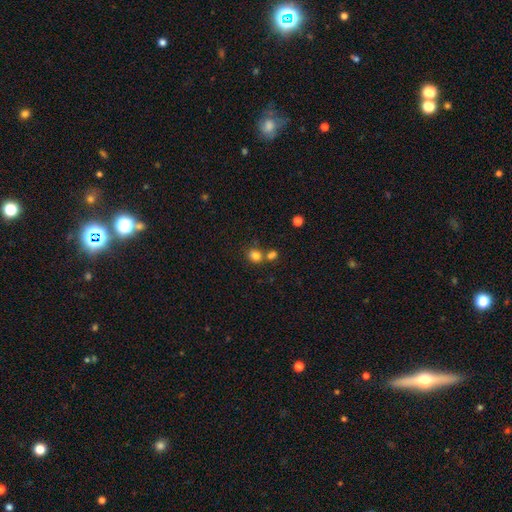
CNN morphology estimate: A smooth galaxy with no disk features (81%) that is round (62%).

Vote fractions:
- Smooth or featured? smooth: 81% / star or artifact: 12% / featured or disk: 7%
- How rounded? round: 62% / in between: 37% / cigar-shaped: 1%
- Merging? none: 58% / merger: 28% / minor disturbance: 11% / major disturbance: 4%